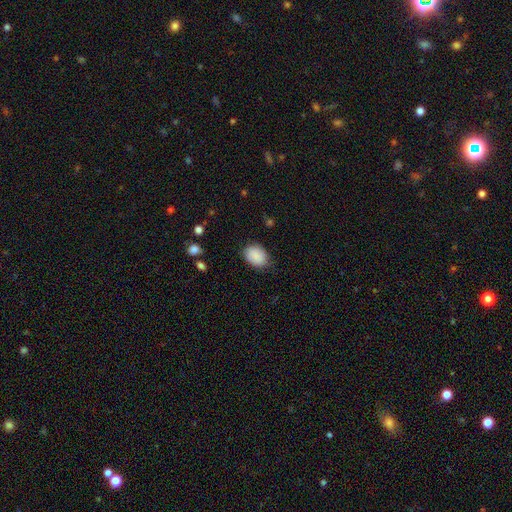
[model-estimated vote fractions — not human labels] smooth 89%, star or artifact 7%, featured or disk 4%. Down the decision tree: how rounded — in between (73%); merging — none (79%).